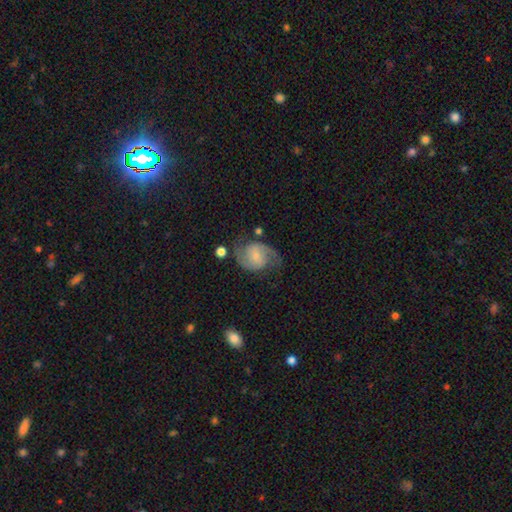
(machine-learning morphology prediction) type=featured or disk (80%); edge-on=no (98%); bar=weak (44%); spiral arms=yes (96%); winding=medium (52%); arm count=2 (93%); bulge=small (58%); merging=none (69%).